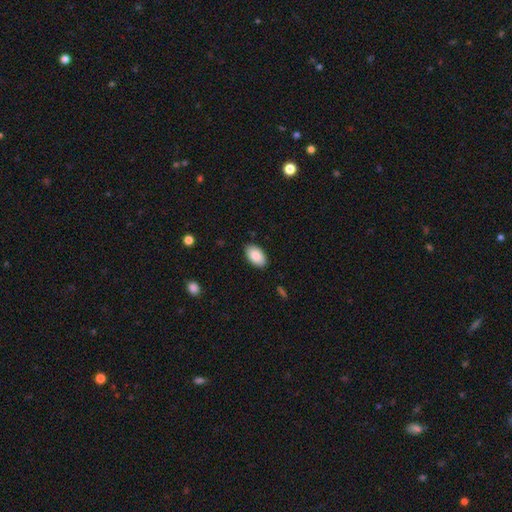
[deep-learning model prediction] Smooth or featured: smooth — 87% (featured or disk — 6%)
How rounded: in between — 94% (round — 5%)
Merging: none — 88% (minor disturbance — 9%)